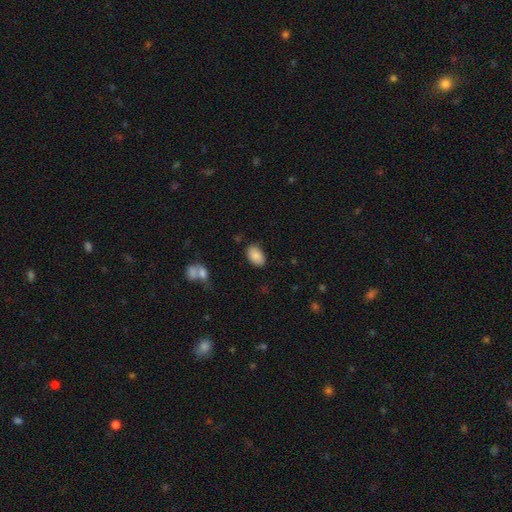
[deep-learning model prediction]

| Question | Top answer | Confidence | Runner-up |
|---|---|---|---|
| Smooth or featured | smooth | 88% | star or artifact (7%) |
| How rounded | in between | 92% | round (7%) |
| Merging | none | 82% | minor disturbance (12%) |